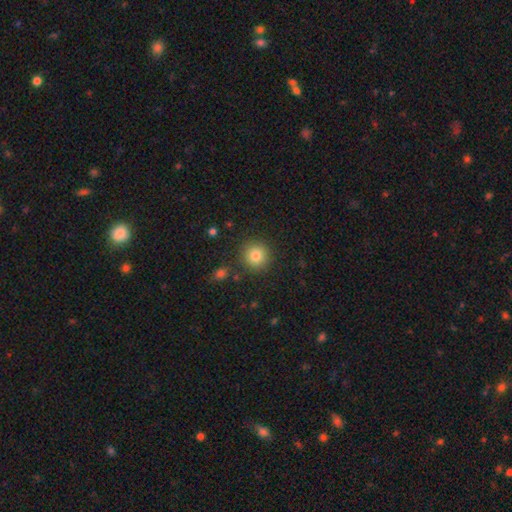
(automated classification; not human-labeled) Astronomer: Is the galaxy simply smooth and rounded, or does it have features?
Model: smooth — 82%.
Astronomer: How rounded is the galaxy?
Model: round — 93%.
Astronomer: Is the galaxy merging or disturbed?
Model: none — 87%.